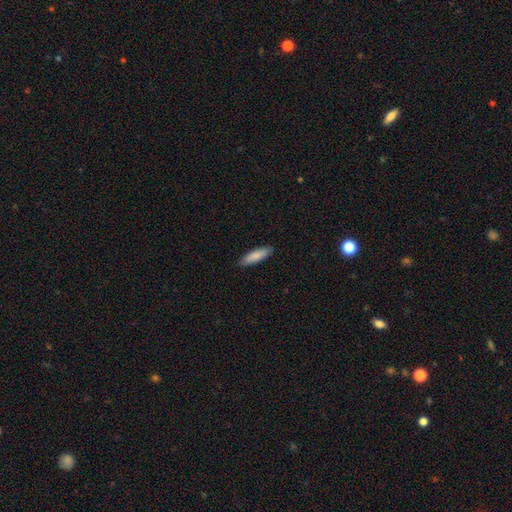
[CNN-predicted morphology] The model was most divided on "how rounded": cigar-shaped: 67%, in between: 32%, round: 1%. More confident: merging — none (90%); smooth or featured — smooth (87%).